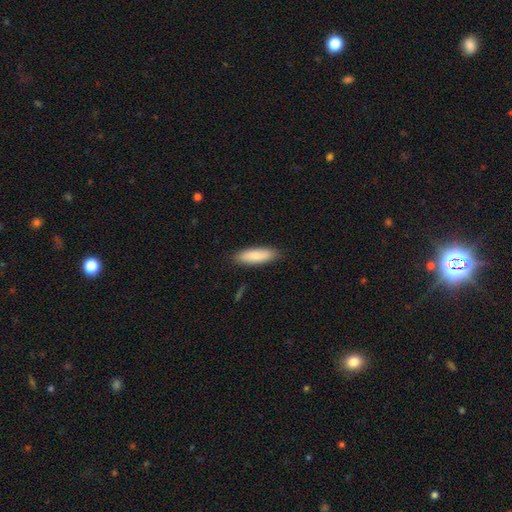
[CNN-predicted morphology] The model was most divided on "how rounded" (2-way tie): cigar-shaped: 49%, in between: 49%, round: 2%. More confident: merging — none (87%); smooth or featured — smooth (84%).